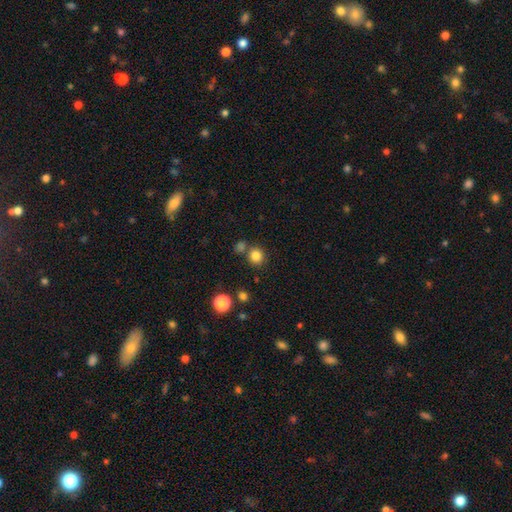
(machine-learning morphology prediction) A smooth galaxy with no disk features (82%) that is round (88%). Merging: none (75%).